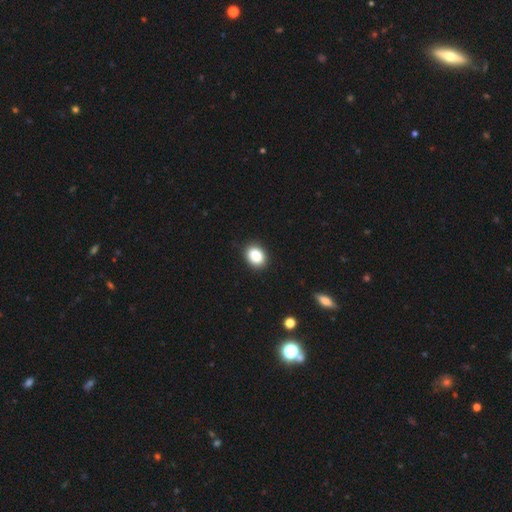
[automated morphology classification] smooth-or-featured: smooth: 87% | star or artifact: 9% | featured or disk: 4%
  how-rounded: in between: 65% | round: 34% | cigar-shaped: 1%
  merging: none: 88% | minor disturbance: 9% | major disturbance: 2% | merger: 1%